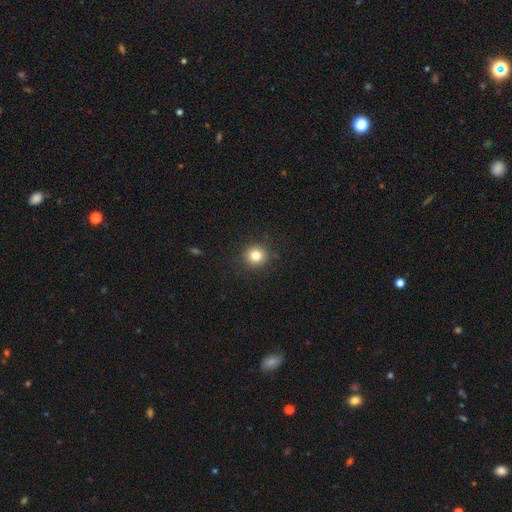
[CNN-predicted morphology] smooth_or_featured: smooth (p=0.81) [alt: star or artifact p=0.12]
how_rounded: round (p=0.93) [alt: in between p=0.06]
merging: none (p=0.91) [alt: minor disturbance p=0.06]